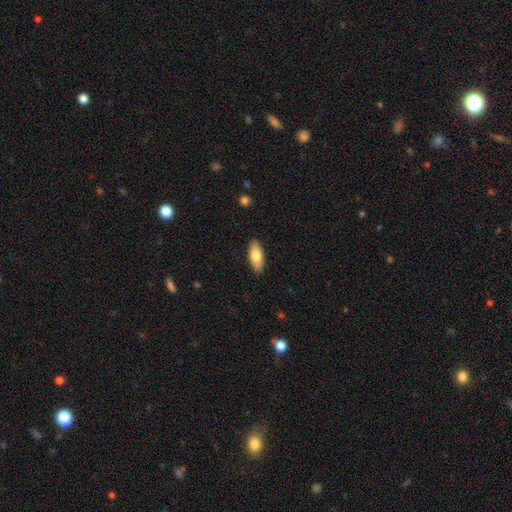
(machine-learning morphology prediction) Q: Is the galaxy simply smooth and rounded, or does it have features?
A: smooth — 77%.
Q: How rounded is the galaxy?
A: in between — 76%.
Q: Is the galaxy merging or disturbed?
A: none — 89%.